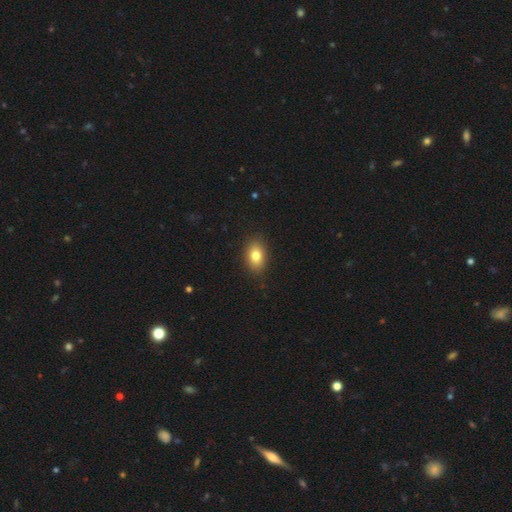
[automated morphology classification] Smooth or featured: smooth — 81% (featured or disk — 10%)
How rounded: in between — 85% (round — 13%)
Merging: none — 88% (minor disturbance — 9%)